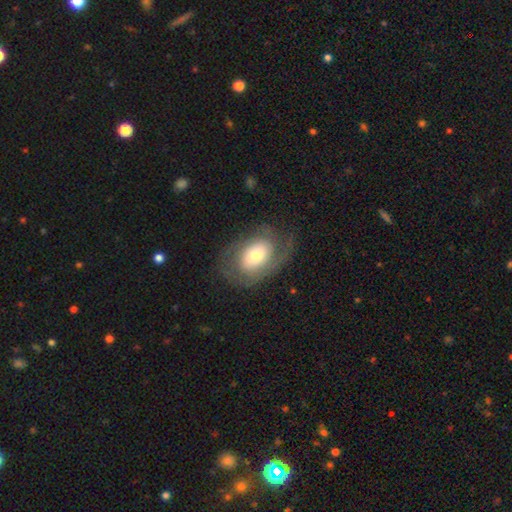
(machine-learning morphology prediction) featured or disk 57%, smooth 36%, star or artifact 7%. Down the decision tree: edge-on disk — no (94%); bar — no (67%); spiral arms — yes (73%); bulge size — moderate (57%); merging — none (67%).